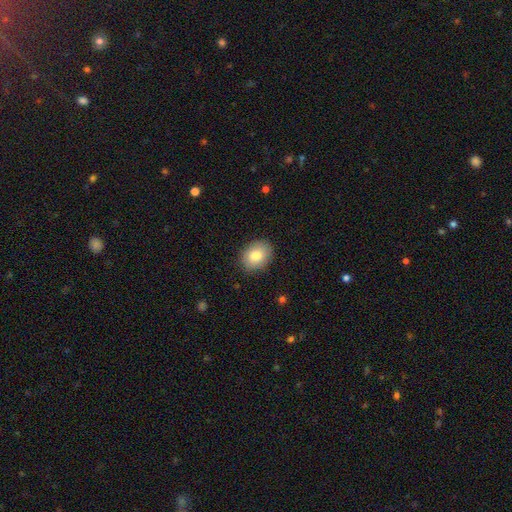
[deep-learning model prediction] Overall: smooth (80%). How rounded: in between (57%; round 42%). Merging: none (87%).